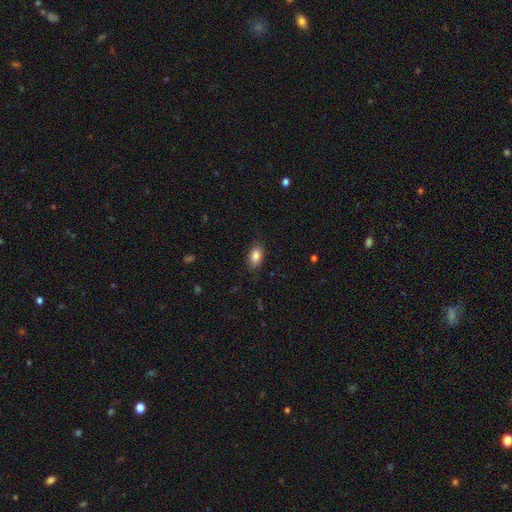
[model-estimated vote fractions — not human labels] smooth-or-featured: smooth: 86% | star or artifact: 8% | featured or disk: 6%
  how-rounded: in between: 91% | round: 7% | cigar-shaped: 2%
  merging: none: 85% | minor disturbance: 12% | major disturbance: 3% | merger: 1%